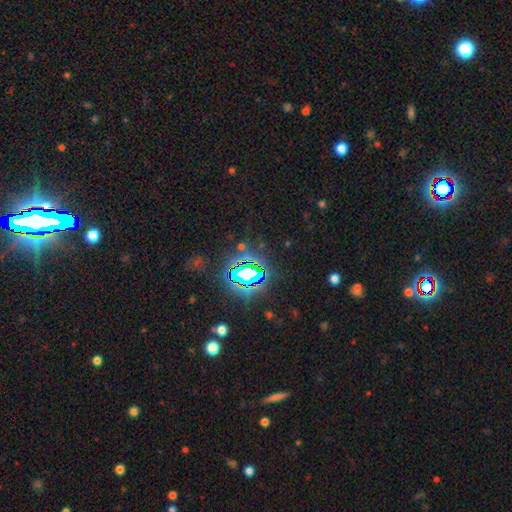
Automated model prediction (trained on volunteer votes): The model was most divided on "smooth or featured": star or artifact: 83%, smooth: 10%, featured or disk: 7%.